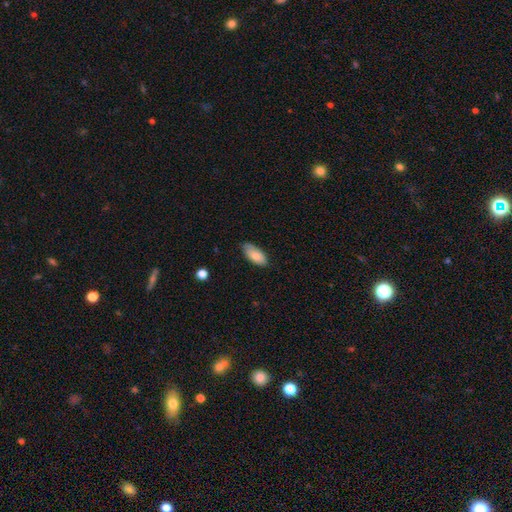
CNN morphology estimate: Overall: smooth (82%). How rounded: in between (90%). Merging: none (77%).